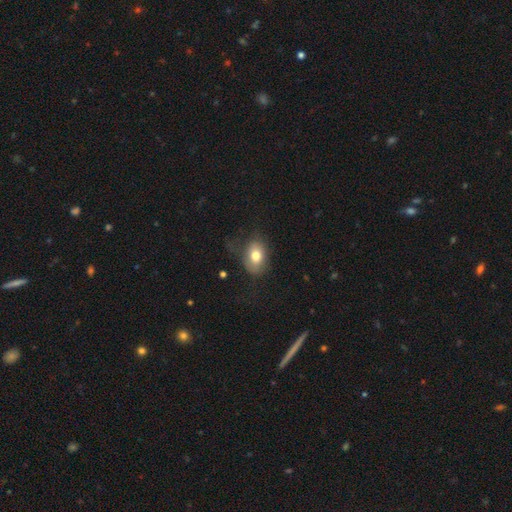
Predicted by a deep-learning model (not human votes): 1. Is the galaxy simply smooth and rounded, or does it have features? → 75% smooth, 17% featured or disk, 9% star or artifact.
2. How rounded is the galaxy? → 77% in between, 22% round, 1% cigar-shaped.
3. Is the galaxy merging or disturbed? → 56% none, 26% minor disturbance, 17% major disturbance, 2% merger.